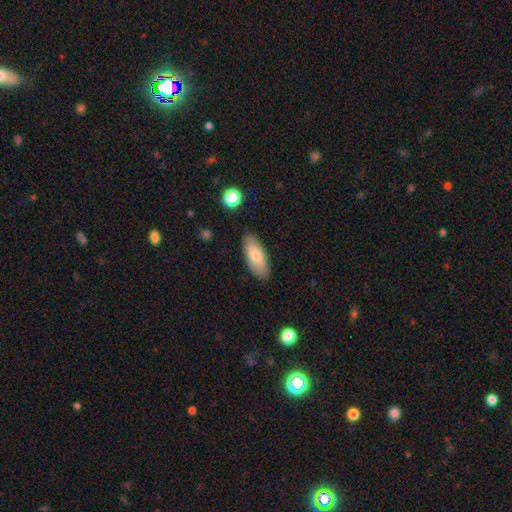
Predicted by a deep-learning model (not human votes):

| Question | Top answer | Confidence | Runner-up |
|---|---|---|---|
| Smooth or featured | smooth | 75% | featured or disk (18%) |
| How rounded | in between | 85% | cigar-shaped (13%) |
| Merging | none | 86% | minor disturbance (11%) |